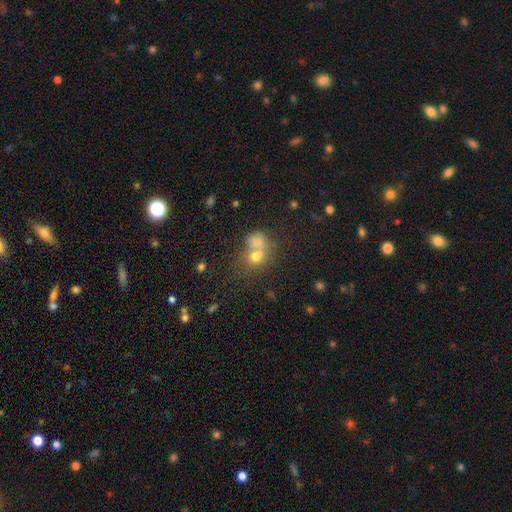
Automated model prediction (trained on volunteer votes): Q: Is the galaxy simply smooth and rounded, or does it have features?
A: smooth — 61%.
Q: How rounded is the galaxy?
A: round — 69%.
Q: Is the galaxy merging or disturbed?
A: merger — 56%.